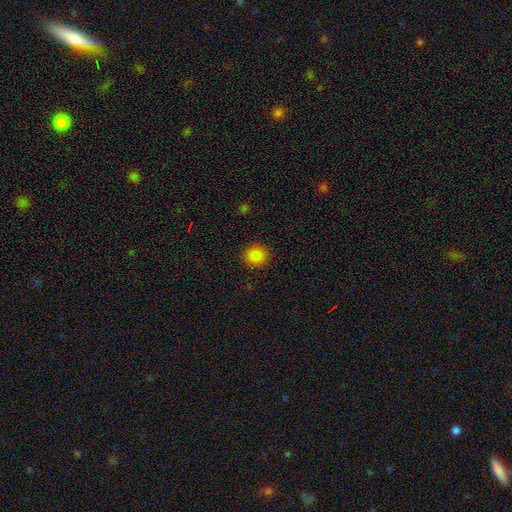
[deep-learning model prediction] The model was most divided on "smooth or featured": smooth: 86%, star or artifact: 11%, featured or disk: 3%. More confident: merging — none (91%); how rounded — round (89%).